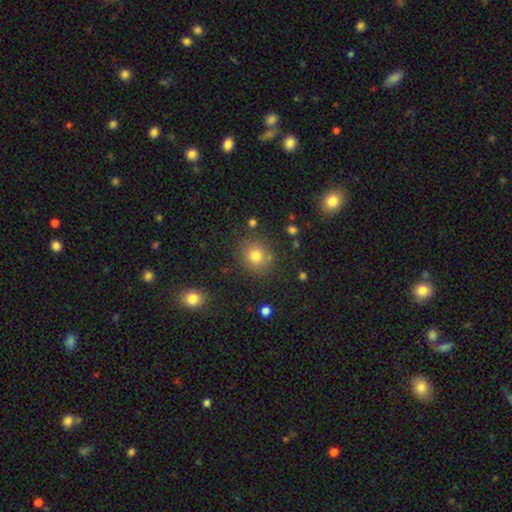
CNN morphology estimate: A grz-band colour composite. It shows a smooth galaxy with no disk features (79%) that is round (82%). Merging: none (82%).